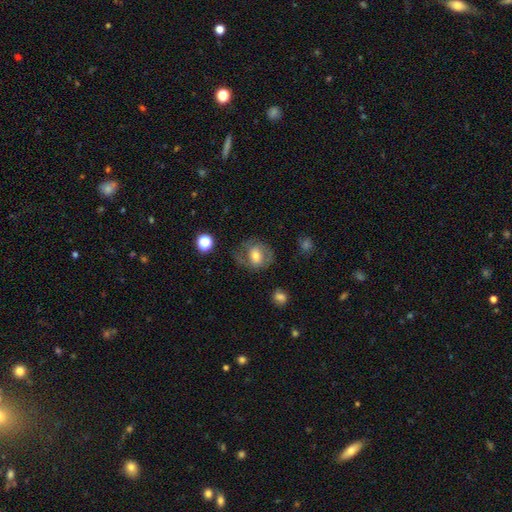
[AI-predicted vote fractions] Q: Smooth or featured?
A: smooth (50%); runner-up: featured or disk (41%)
Q: How rounded?
A: round (61%); runner-up: in between (37%)
Q: Merging?
A: none (63%); runner-up: minor disturbance (20%)